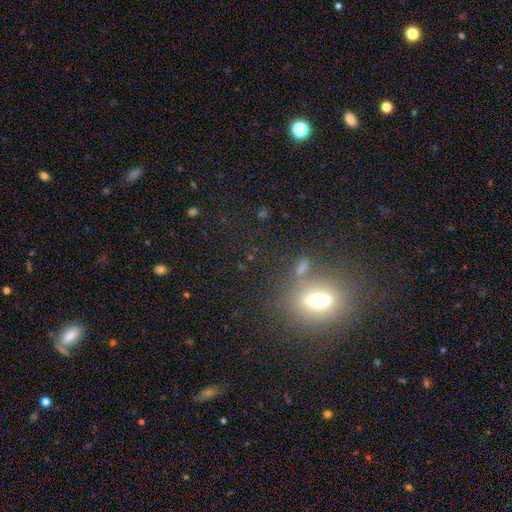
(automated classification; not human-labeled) Smooth or featured: smooth — 55% (star or artifact — 34%)
How rounded: round — 48% (tied with in between — 48%)
Merging: none — 71% (merger — 13%)